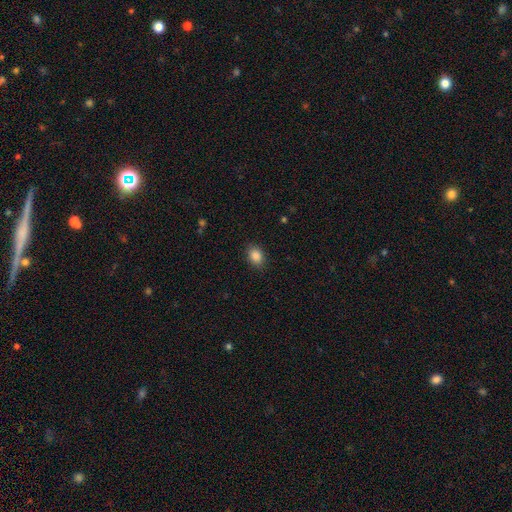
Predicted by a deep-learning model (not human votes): Morphology: type=smooth (88%); roundness=in between (68%); merging=none (87%).